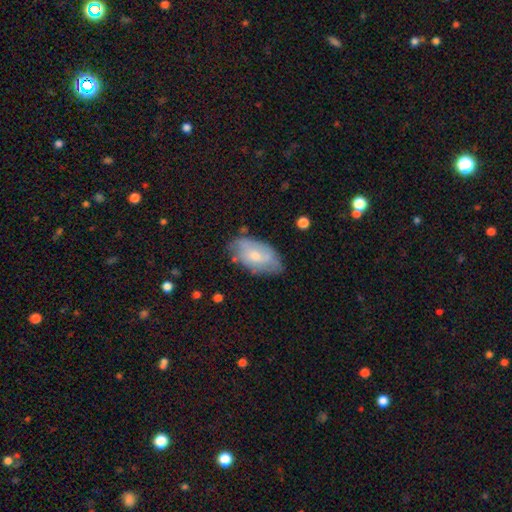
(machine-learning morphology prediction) smooth 52%, featured or disk 42%, star or artifact 6%. Down the decision tree: how rounded — in between (93%); merging — none (62%).